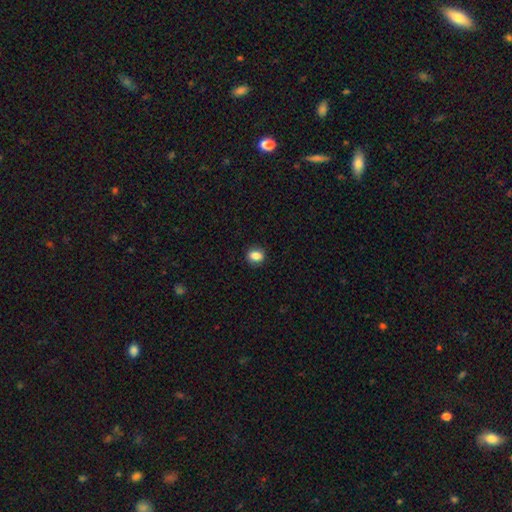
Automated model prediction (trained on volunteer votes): A smooth galaxy with no disk features (85%) that is in between round and cigar-shaped (51%).

Vote fractions:
- Smooth or featured? smooth: 85% / star or artifact: 9% / featured or disk: 6%
- How rounded? in between: 51% / round: 48% / cigar-shaped: 1%
- Merging? none: 89% / minor disturbance: 8% / major disturbance: 2% / merger: 1%